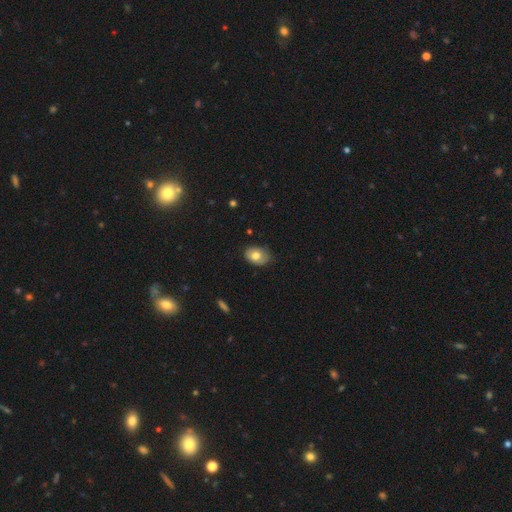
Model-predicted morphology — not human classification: Smooth or featured? Predicted: smooth (p=0.74). How rounded? Predicted: in between (p=0.75). Merging? Predicted: none (p=0.71).